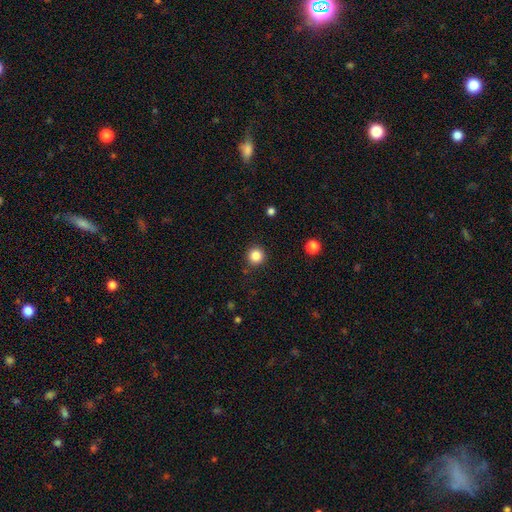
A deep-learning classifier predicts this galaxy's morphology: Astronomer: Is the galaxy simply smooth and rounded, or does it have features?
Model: smooth — 84%.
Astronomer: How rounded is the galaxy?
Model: round — 95%.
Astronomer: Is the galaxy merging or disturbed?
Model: none — 90%.